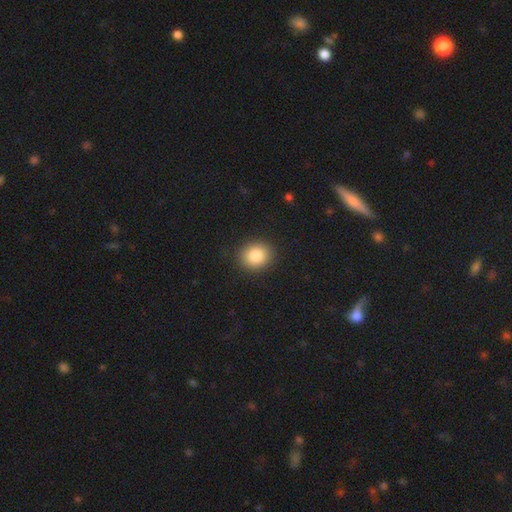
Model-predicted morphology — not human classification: smooth_or_featured: smooth (p=0.85) [alt: star or artifact p=0.09]
how_rounded: round (p=0.70) [alt: in between p=0.29]
merging: none (p=0.90) [alt: minor disturbance p=0.07]